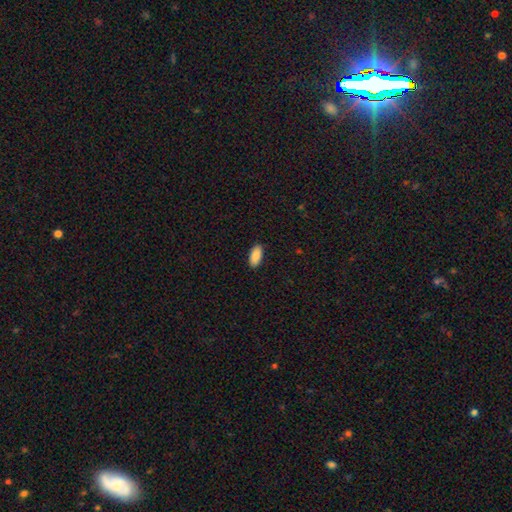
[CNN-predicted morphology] Smooth or featured: smooth — 90% (star or artifact — 6%)
How rounded: in between — 89% (cigar-shaped — 9%)
Merging: none — 90% (minor disturbance — 8%)